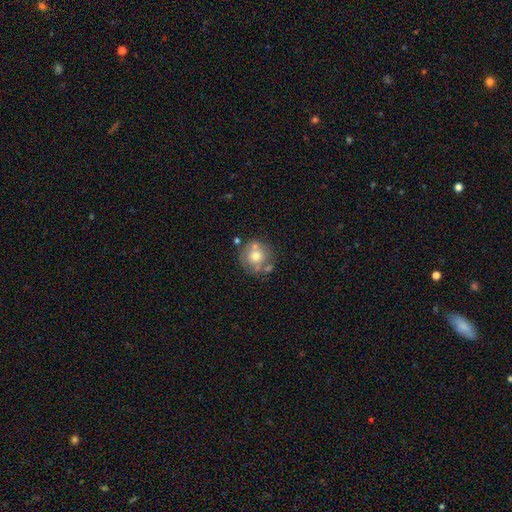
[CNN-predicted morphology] This is possibly a smooth galaxy (60%). How rounded: clearly round (90%). Merging: possibly none (60%).